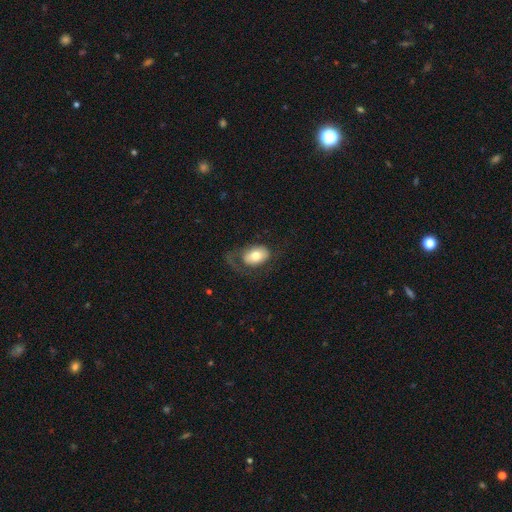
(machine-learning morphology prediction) smooth 65%, featured or disk 28%, star or artifact 7%. Down the decision tree: how rounded — in between (84%); merging — none (45%).